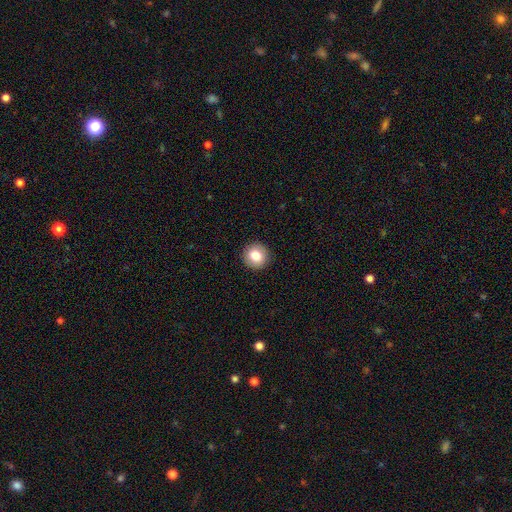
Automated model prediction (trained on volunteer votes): Q: Smooth or featured?
A: smooth (81%); runner-up: featured or disk (10%)
Q: How rounded?
A: round (94%); runner-up: in between (5%)
Q: Merging?
A: none (93%); runner-up: minor disturbance (5%)